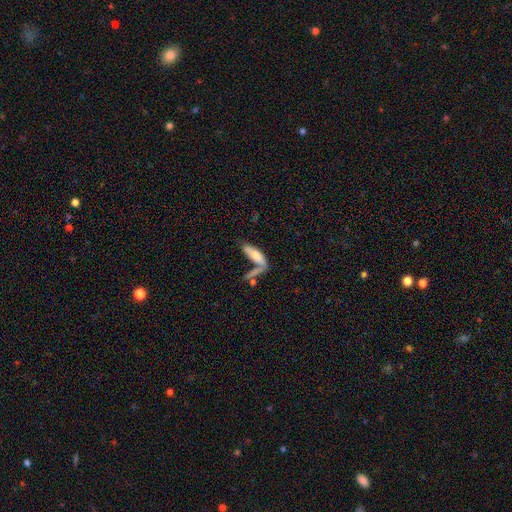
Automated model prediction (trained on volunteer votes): Q: Smooth or featured?
A: smooth (68%); runner-up: featured or disk (25%)
Q: How rounded?
A: cigar-shaped (53%); runner-up: in between (45%)
Q: Merging?
A: none (37%); runner-up: merger (35%)